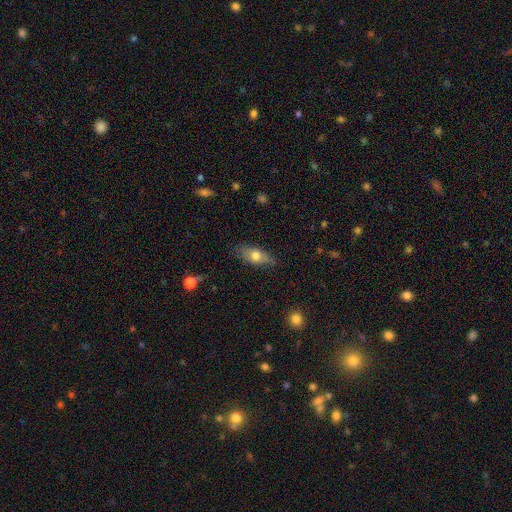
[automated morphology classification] Smooth or featured: smooth — 68% (featured or disk — 25%)
How rounded: in between — 79% (cigar-shaped — 15%)
Merging: none — 76% (minor disturbance — 19%)